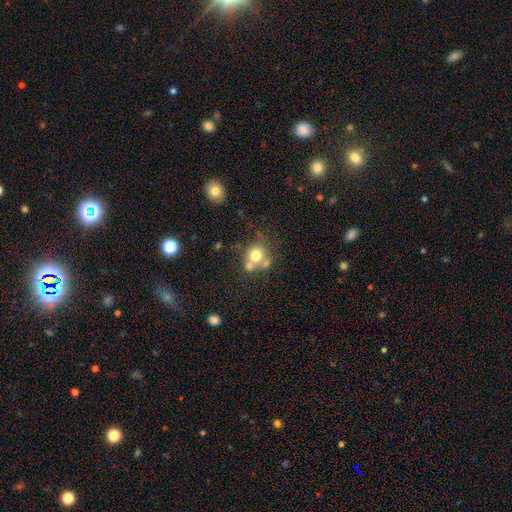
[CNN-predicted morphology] This appears to be a smooth galaxy with no disk features (70%) that is round (84%). Merging: none (46%).